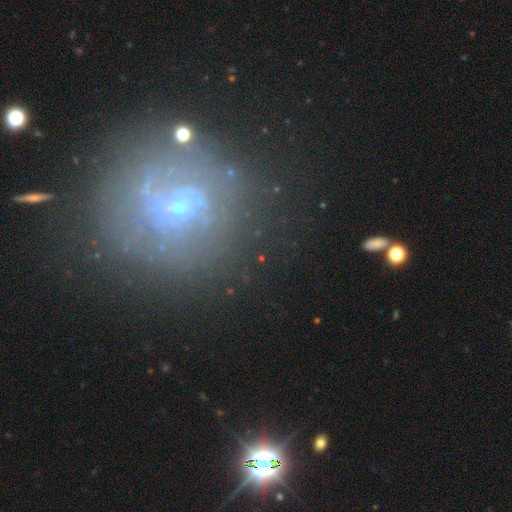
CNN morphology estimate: This is likely a featured or disk galaxy (66%). It is clearly not viewed edge-on (96%). Bar: possibly no (45%). Spiral arm pattern: likely yes (72%). Central bulge: likely small (78%). Merging: likely none (73%).